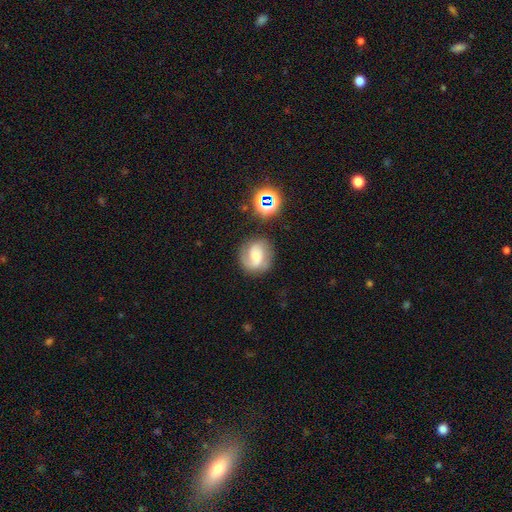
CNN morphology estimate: Smooth or featured? Predicted: featured or disk (p=0.62). Edge-on disk? Predicted: no (p=0.97). Bar? Predicted: weak (p=0.43). Spiral arms? Predicted: yes (p=0.91). Spiral winding? Predicted: medium (p=0.46). Spiral arm count? Predicted: 2 (p=0.68). Bulge size? Predicted: moderate (p=0.44). Merging? Predicted: none (p=0.72).